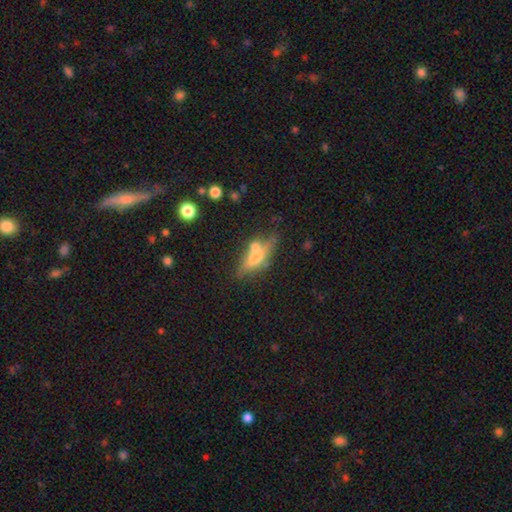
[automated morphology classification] Smooth or featured?
  - smooth: 48% *
  - featured or disk: 42%
  - star or artifact: 10%
Merging?
  - none: 45% *
  - merger: 26%
  - minor disturbance: 18%
  - major disturbance: 10%